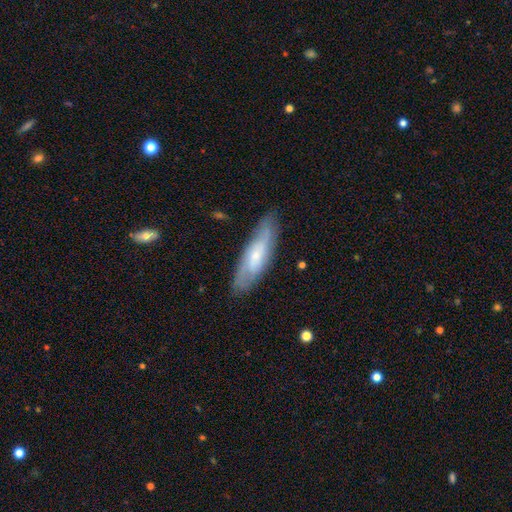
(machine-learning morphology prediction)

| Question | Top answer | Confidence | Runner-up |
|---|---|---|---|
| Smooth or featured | featured or disk | 55% | smooth (38%) |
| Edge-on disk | no | 66% | yes (34%) |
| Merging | none | 81% | minor disturbance (15%) |